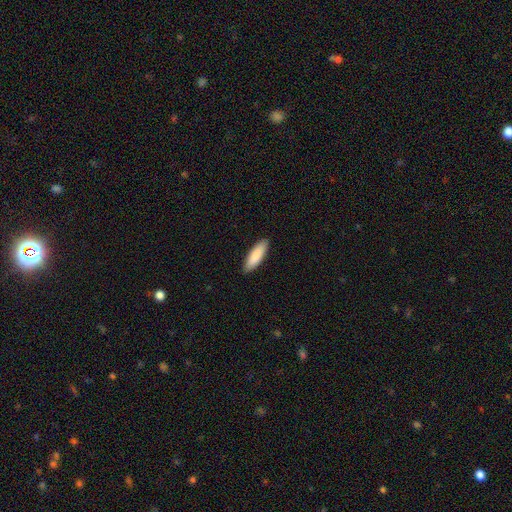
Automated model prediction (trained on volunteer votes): Smooth or featured: smooth — 87% (featured or disk — 8%)
How rounded: in between — 51% (cigar-shaped — 47%)
Merging: none — 89% (minor disturbance — 8%)